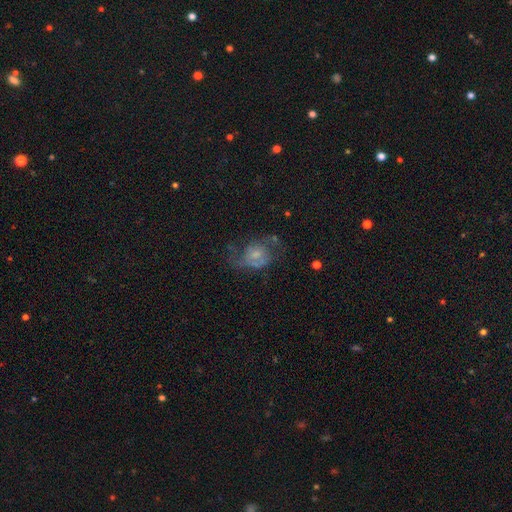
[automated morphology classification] Smooth or featured? featured or disk (54%)
Edge-on disk? no (97%)
Bar? no (76%)
Spiral arms? yes (60%)
Bulge size? small (40%)
Merging? none (36%, tied with major disturbance)